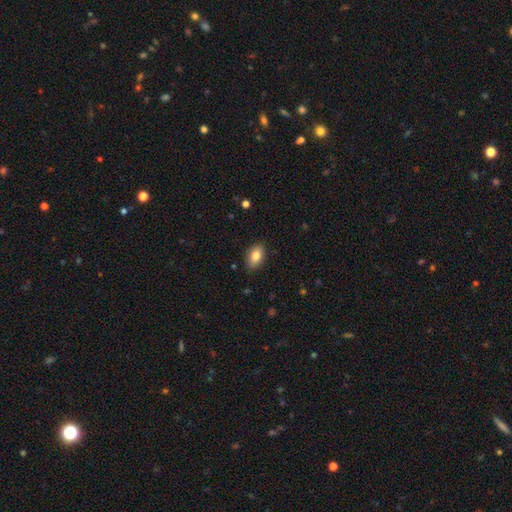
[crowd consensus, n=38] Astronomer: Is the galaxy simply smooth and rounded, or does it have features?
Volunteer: smooth — 87%.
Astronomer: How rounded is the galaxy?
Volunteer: in between — 79%.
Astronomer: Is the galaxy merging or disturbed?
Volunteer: none — 73%.